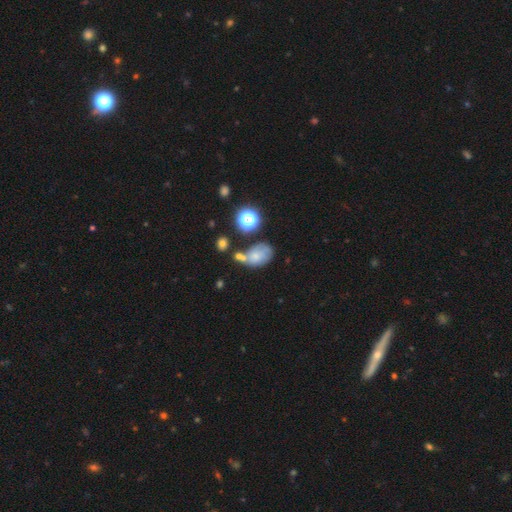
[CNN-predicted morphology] The model was most divided on "merging": none: 38%, minor disturbance: 24%, merger: 24%, major disturbance: 14%. More confident: how rounded — in between (74%); smooth or featured — smooth (54%).